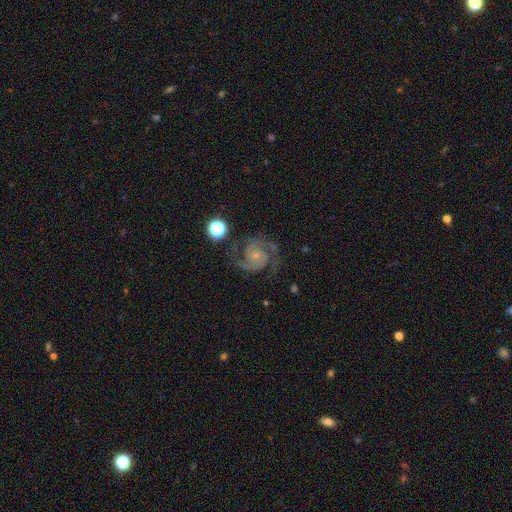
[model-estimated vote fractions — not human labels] A featured or disk galaxy (90%) with no bar (68%), 2 (90%) medium (57%) spiral arms (98%) and a small central bulge (73%).

Vote fractions:
- Smooth or featured? featured or disk: 90% / star or artifact: 6% / smooth: 4%
- Edge-on disk? no: 98% / yes: 2%
- Bar? no: 68% / weak: 26% / strong: 6%
- Spiral arms? yes: 98% / no: 2%
- Spiral winding? medium: 57% / tight: 33% / loose: 10%
- Spiral arm count? 2: 90% / 3: 4% / can't tell: 2% / 1: 1% / 4: 1% / more than 4: 1%
- Bulge size? small: 73% / moderate: 16% / none: 8% / large: 2% / dominant: 1%
- Merging? none: 78% / minor disturbance: 14% / major disturbance: 7% / merger: 2%